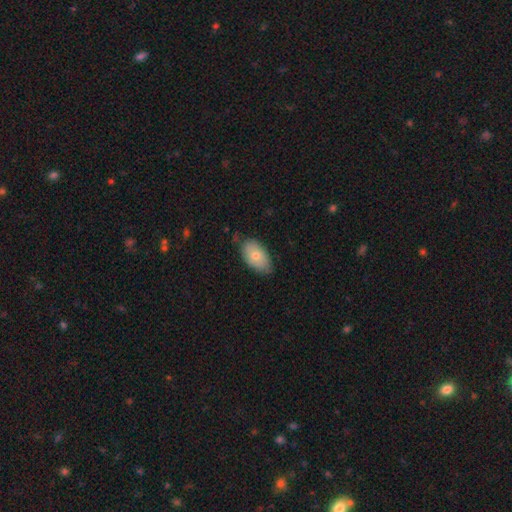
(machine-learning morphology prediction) Smooth or featured: smooth — 70% (featured or disk — 24%)
How rounded: in between — 92% (round — 6%)
Merging: none — 71% (minor disturbance — 24%)